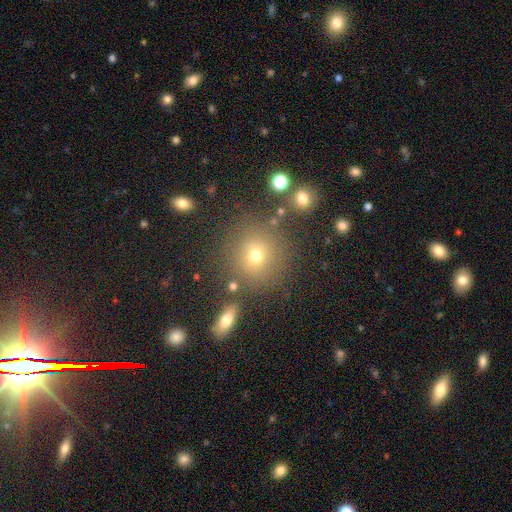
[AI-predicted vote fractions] This is likely a smooth galaxy (70%). How rounded: clearly round (90%). Merging: likely none (79%).